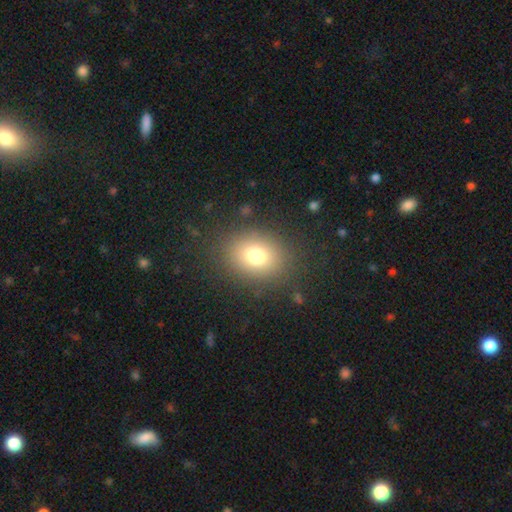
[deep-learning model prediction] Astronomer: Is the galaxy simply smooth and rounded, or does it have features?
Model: smooth — 76%.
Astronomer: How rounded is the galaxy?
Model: round — 52% (runner-up: in between, 47%).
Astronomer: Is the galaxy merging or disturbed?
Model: none — 85%.